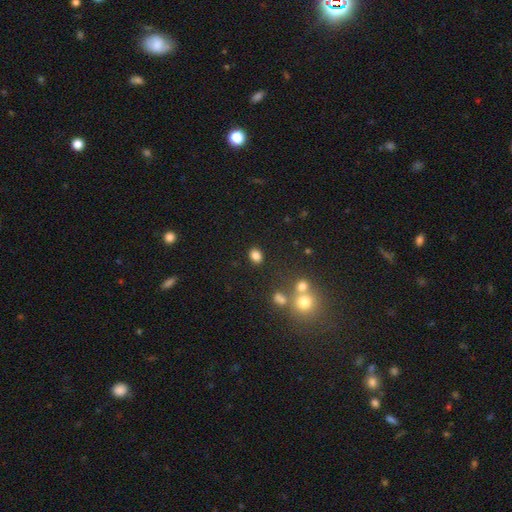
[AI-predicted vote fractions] Q: Smooth or featured?
A: smooth (82%); runner-up: star or artifact (12%)
Q: How rounded?
A: in between (56%); runner-up: round (42%)
Q: Merging?
A: none (84%); runner-up: minor disturbance (9%)